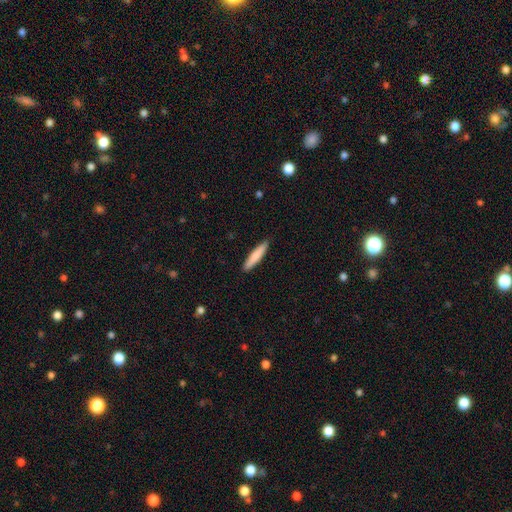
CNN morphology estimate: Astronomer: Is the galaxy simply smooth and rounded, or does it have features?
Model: smooth — 79%.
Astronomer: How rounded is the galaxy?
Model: cigar-shaped — 89%.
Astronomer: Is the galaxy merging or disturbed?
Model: none — 91%.